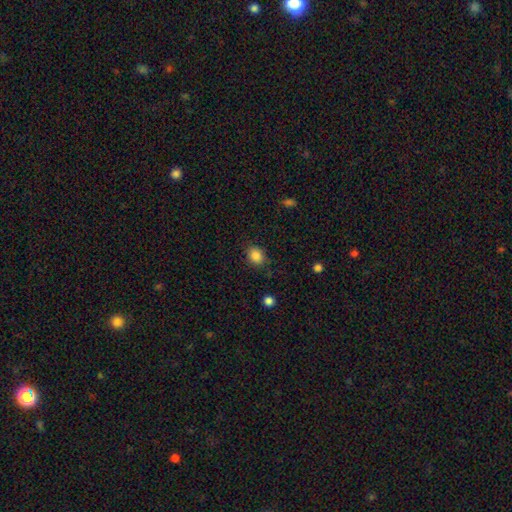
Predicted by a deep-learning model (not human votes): This appears to be a smooth galaxy with no disk features (86%) that is round (51%). Merging: none (83%).